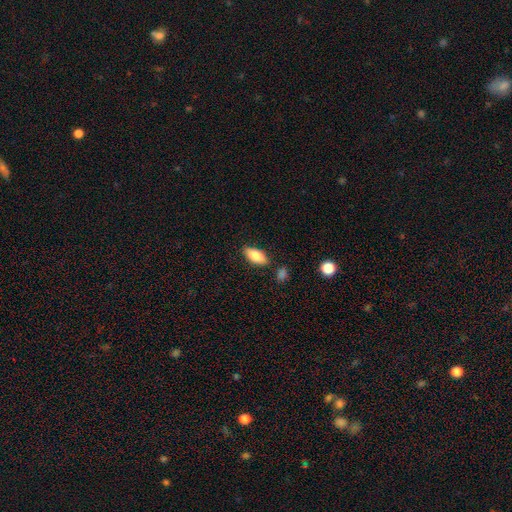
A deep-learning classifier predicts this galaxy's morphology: type=smooth (83%); roundness=in between (88%); merging=none (82%).